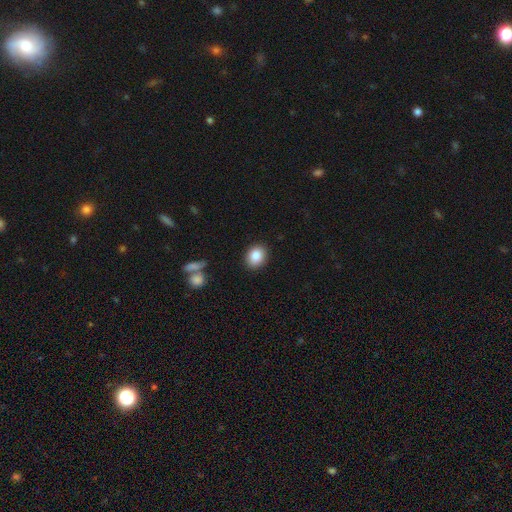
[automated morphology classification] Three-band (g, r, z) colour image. It shows a smooth galaxy with no disk features (85%) that is round (52%). Merging: none (89%).